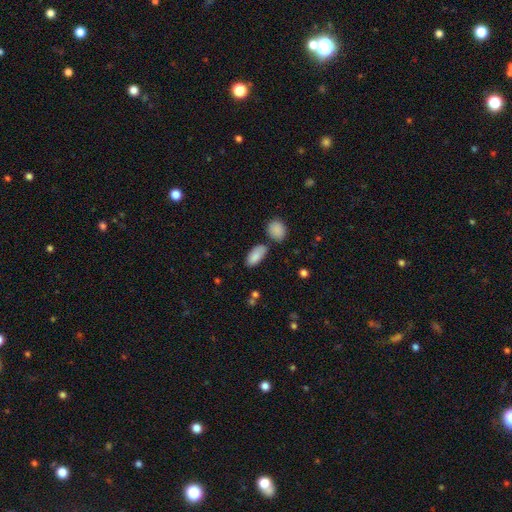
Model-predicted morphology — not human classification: A smooth galaxy with no disk features (86%) that is in between round and cigar-shaped (90%).

Vote fractions:
- Smooth or featured? smooth: 86% / star or artifact: 7% / featured or disk: 7%
- How rounded? in between: 90% / cigar-shaped: 8% / round: 3%
- Merging? none: 70% / minor disturbance: 15% / merger: 11% / major disturbance: 4%